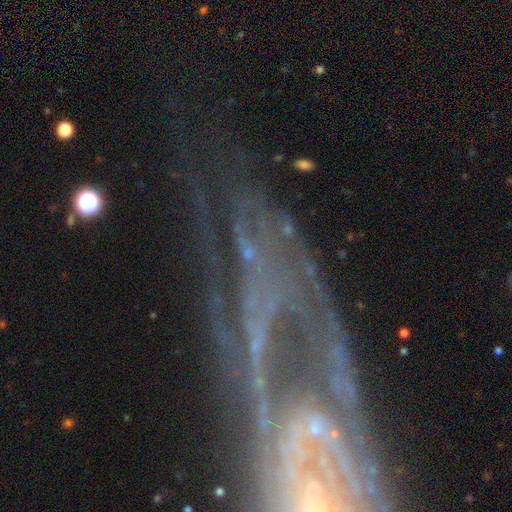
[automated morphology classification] smooth-or-featured: featured or disk: 69% | star or artifact: 20% | smooth: 11%
  disk-edge-on: no: 88% | yes: 12%
    bar: no: 48% | weak: 28% | strong: 24%
    has-spiral-arms: yes: 85% | no: 15%
      spiral-winding: tight: 52% | medium: 32% | loose: 16%
      spiral-arm-count: 2: 30% | can't tell: 26% | 3: 13% | 1: 11% | 4: 10% | more than 4: 10%
    bulge-size: small: 57% | moderate: 23% | none: 12% | large: 5% | dominant: 3%
  merging: none: 58% | major disturbance: 18% | minor disturbance: 17% | merger: 8%